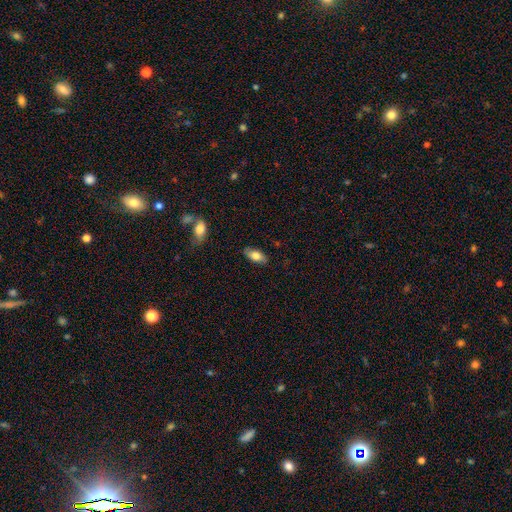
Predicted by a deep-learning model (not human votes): The model was most divided on "smooth or featured": smooth: 73%, featured or disk: 20%, star or artifact: 7%. More confident: how rounded — in between (88%); merging — none (84%).